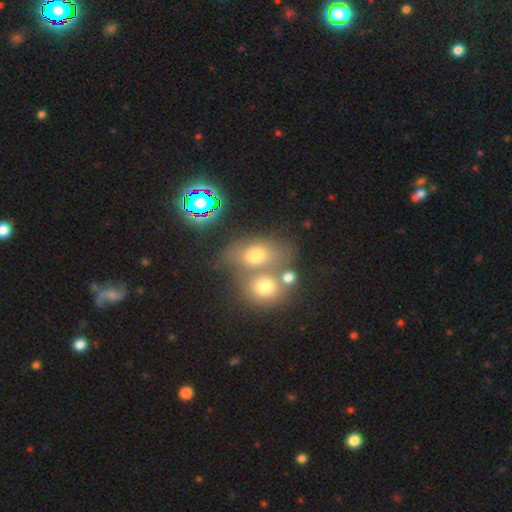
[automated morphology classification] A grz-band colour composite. It shows a smooth galaxy with no disk features (66%) that is in between round and cigar-shaped (55%). Merging: merger (52%).